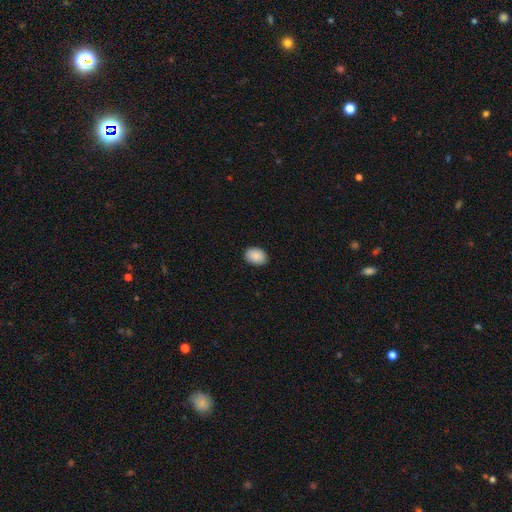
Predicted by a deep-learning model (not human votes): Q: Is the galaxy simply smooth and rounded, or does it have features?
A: smooth — 90%.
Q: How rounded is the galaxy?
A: in between — 80%.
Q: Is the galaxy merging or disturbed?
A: none — 89%.